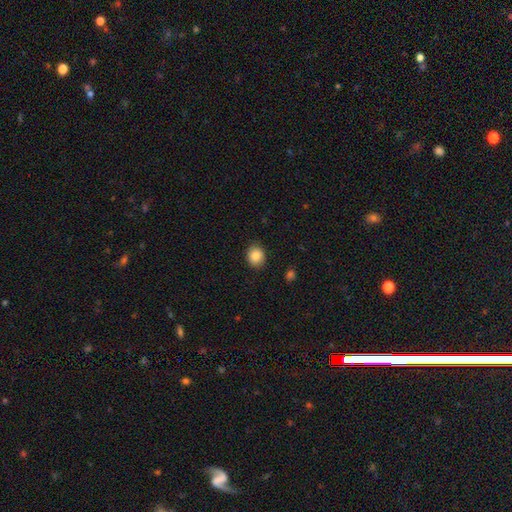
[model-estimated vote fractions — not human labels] The model was most divided on "how rounded": round: 70%, in between: 29%, cigar-shaped: 1%. More confident: merging — none (87%); smooth or featured — smooth (86%).